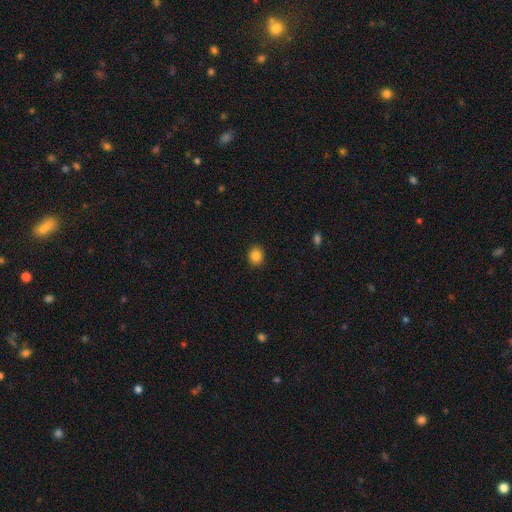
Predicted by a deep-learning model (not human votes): Smooth or featured: smooth — 85% (star or artifact — 10%)
How rounded: round — 78% (in between — 21%)
Merging: none — 91% (minor disturbance — 6%)